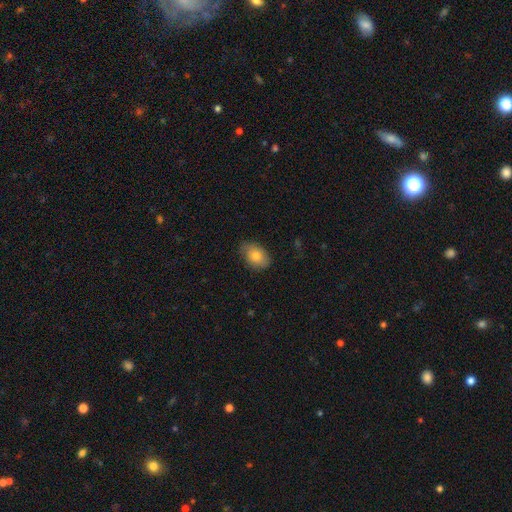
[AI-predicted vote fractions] smooth_or_featured: smooth (p=0.80) [alt: featured or disk p=0.12]
how_rounded: in between (p=0.85) [alt: round p=0.13]
merging: none (p=0.79) [alt: minor disturbance p=0.17]